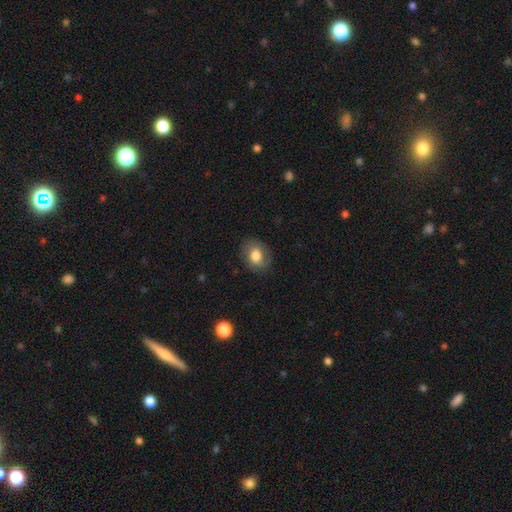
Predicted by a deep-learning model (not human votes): Smooth or featured? smooth (71%)
How rounded? in between (51%)
Merging? none (80%)